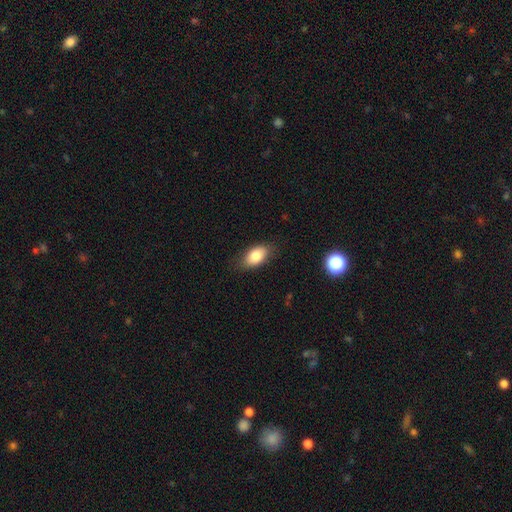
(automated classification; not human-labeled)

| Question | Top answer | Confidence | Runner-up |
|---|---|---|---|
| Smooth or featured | smooth | 81% | featured or disk (11%) |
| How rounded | in between | 91% | round (6%) |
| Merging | none | 81% | minor disturbance (15%) |